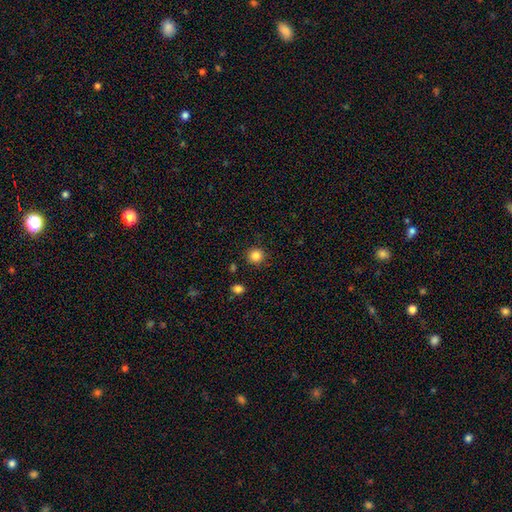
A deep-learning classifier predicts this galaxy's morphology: Smooth or featured? Predicted: smooth (p=0.84). How rounded? Predicted: round (p=0.94). Merging? Predicted: none (p=0.89).